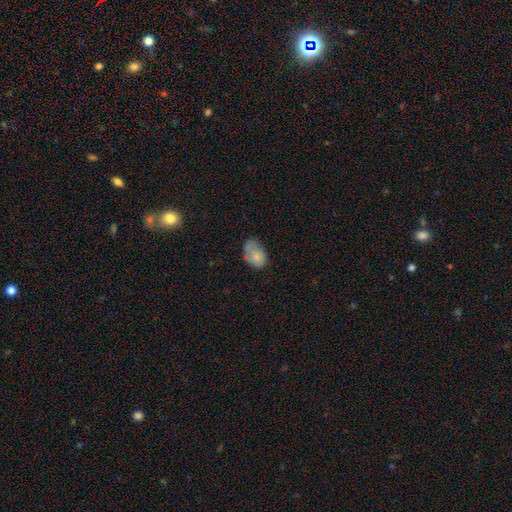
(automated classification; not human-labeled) Overall: smooth (75%). How rounded: in between (82%). Merging: none (45%; minor disturbance 36%).